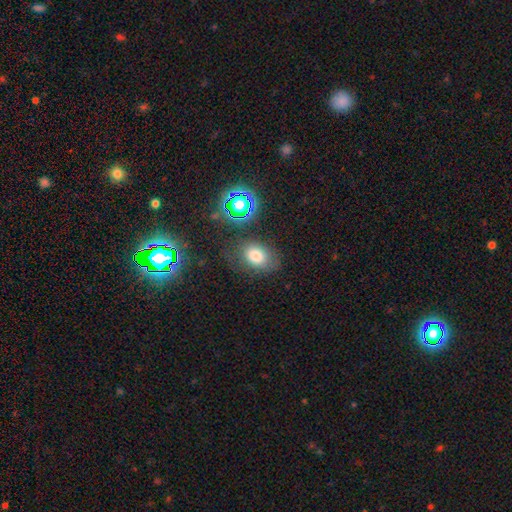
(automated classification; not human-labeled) Smooth or featured? Predicted: smooth (p=0.74). How rounded? Predicted: in between (p=0.71). Merging? Predicted: none (p=0.70).